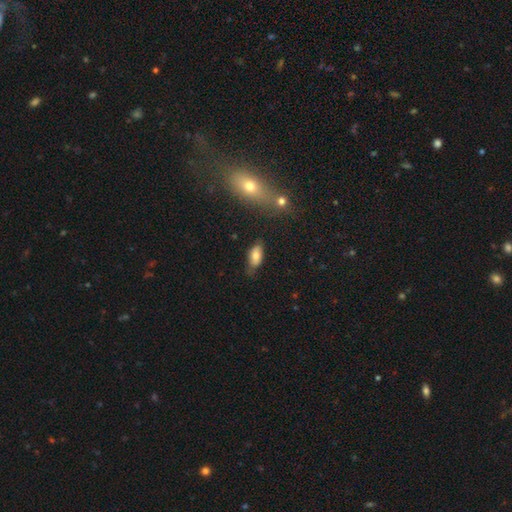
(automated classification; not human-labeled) smooth 77%, featured or disk 15%, star or artifact 8%. Down the decision tree: how rounded — in between (88%); merging — none (64%).